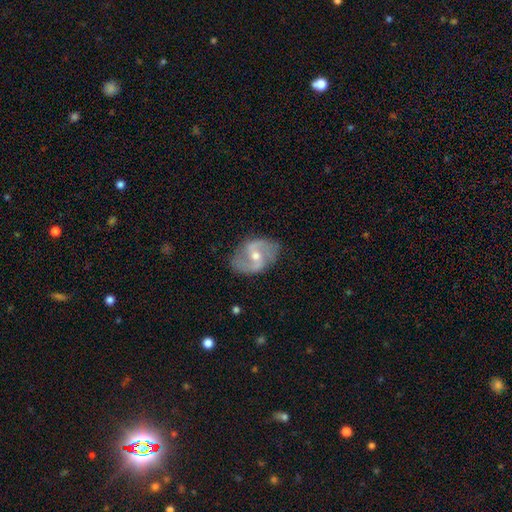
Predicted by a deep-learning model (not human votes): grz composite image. It shows a featured or disk galaxy (82%) with a weak bar (49%), 2 (90%) loose (43%, tied with medium) spiral arms (90%) and a moderate central bulge (63%). Merging: none (78%).